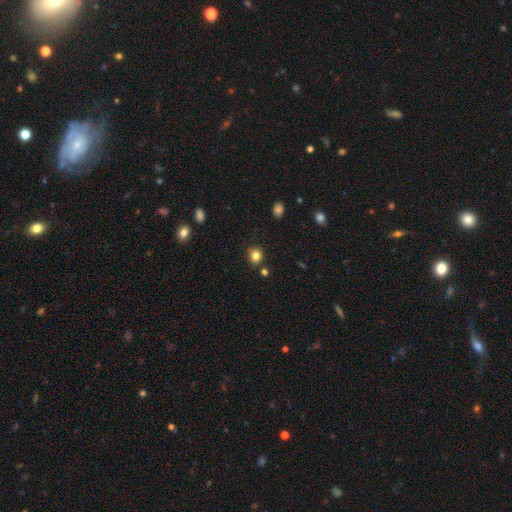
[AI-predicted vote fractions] smooth_or_featured: smooth (p=0.82) [alt: star or artifact p=0.12]
how_rounded: round (p=0.85) [alt: in between p=0.14]
merging: none (p=0.84) [alt: minor disturbance p=0.09]